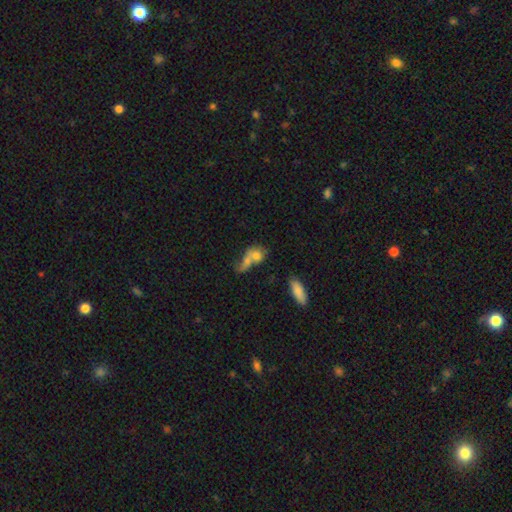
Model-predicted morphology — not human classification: Q: Smooth or featured?
A: smooth (67%); runner-up: featured or disk (23%)
Q: How rounded?
A: in between (56%); runner-up: round (38%)
Q: Merging?
A: merger (62%); runner-up: none (19%)